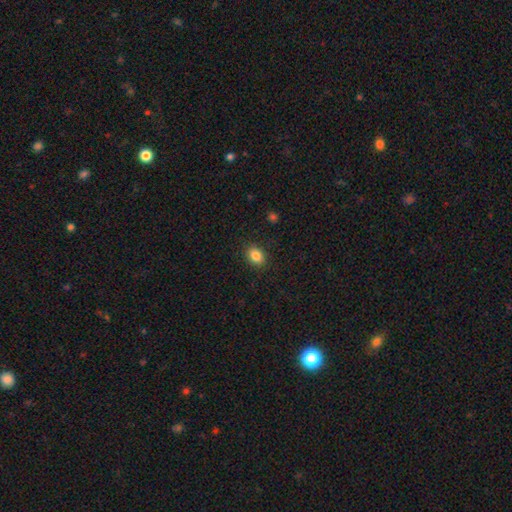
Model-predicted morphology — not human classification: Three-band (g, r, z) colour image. It shows a smooth galaxy with no disk features (85%) that is in between round and cigar-shaped (65%). Merging: none (88%).